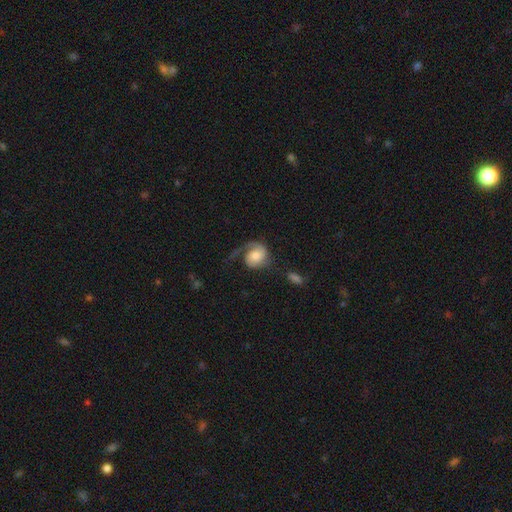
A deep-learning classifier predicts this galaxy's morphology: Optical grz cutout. It shows a featured or disk galaxy (68%) with no bar (69%), 1 (63%) loose (38%, tied with medium) spiral arms (93%) and a moderate central bulge (39%). Merging: none (42%).